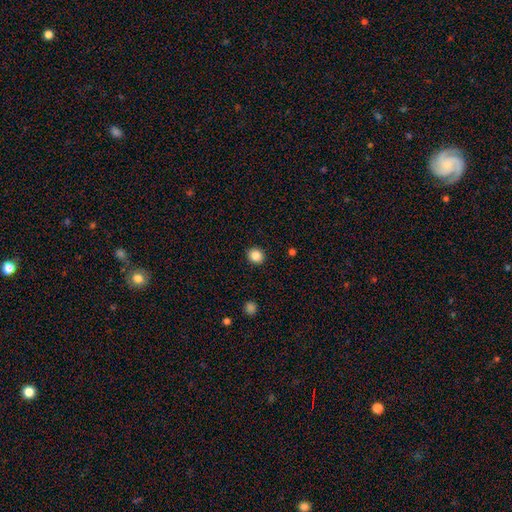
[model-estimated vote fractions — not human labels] A smooth galaxy with no disk features (86%) that is round (79%).

Vote fractions:
- Smooth or featured? smooth: 86% / star or artifact: 10% / featured or disk: 4%
- How rounded? round: 79% / in between: 20% / cigar-shaped: 1%
- Merging? none: 92% / minor disturbance: 5% / major disturbance: 2% / merger: 1%